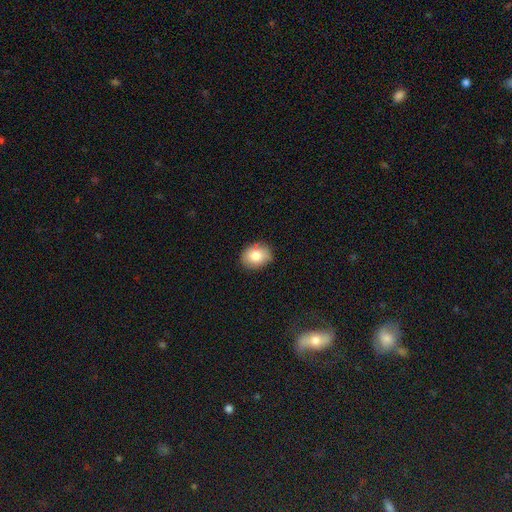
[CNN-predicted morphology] smooth 82%, featured or disk 10%, star or artifact 8%. Down the decision tree: how rounded — in between (55%); merging — none (84%).